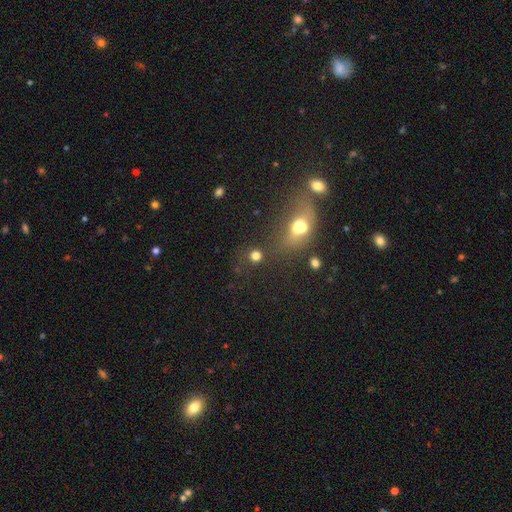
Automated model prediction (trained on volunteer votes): The model was most divided on "smooth or featured": smooth: 73%, star or artifact: 19%, featured or disk: 8%. More confident: how rounded — round (87%); merging — none (71%).